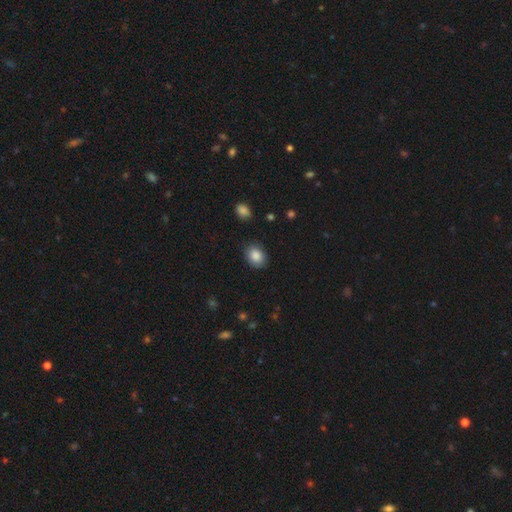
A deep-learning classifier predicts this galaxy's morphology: The model was most divided on "how rounded": in between: 67%, round: 32%, cigar-shaped: 1%. More confident: smooth or featured — smooth (87%); merging — none (84%).